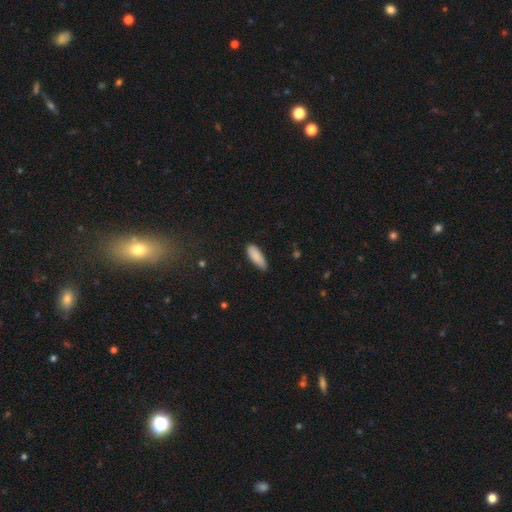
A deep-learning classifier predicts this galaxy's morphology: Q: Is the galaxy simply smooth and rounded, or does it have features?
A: smooth — 88%.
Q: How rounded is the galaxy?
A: in between — 65%.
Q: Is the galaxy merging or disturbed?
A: none — 68%.